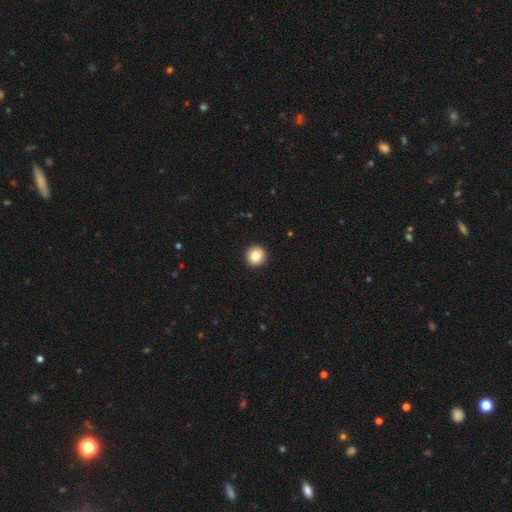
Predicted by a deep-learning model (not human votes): smooth-or-featured: smooth: 83% | star or artifact: 9% | featured or disk: 8%
  how-rounded: round: 95% | in between: 4% | cigar-shaped: 1%
  merging: none: 94% | minor disturbance: 4% | major disturbance: 1% | merger: 1%